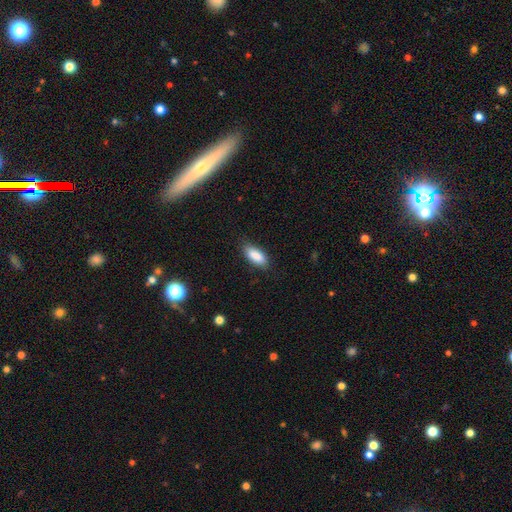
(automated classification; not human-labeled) smooth_or_featured: smooth (p=0.88) [alt: star or artifact p=0.07]
how_rounded: in between (p=0.85) [alt: cigar-shaped p=0.13]
merging: none (p=0.83) [alt: minor disturbance p=0.14]